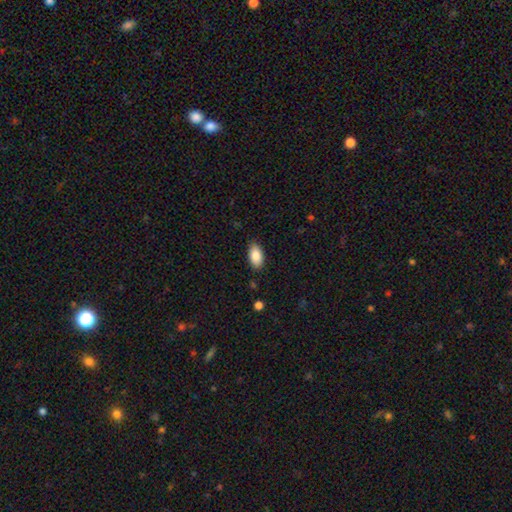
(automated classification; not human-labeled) A smooth galaxy with no disk features (86%) that is in between round and cigar-shaped (94%).

Vote fractions:
- Smooth or featured? smooth: 86% / featured or disk: 7% / star or artifact: 7%
- How rounded? in between: 94% / round: 3% / cigar-shaped: 3%
- Merging? none: 85% / minor disturbance: 11% / major disturbance: 2% / merger: 1%